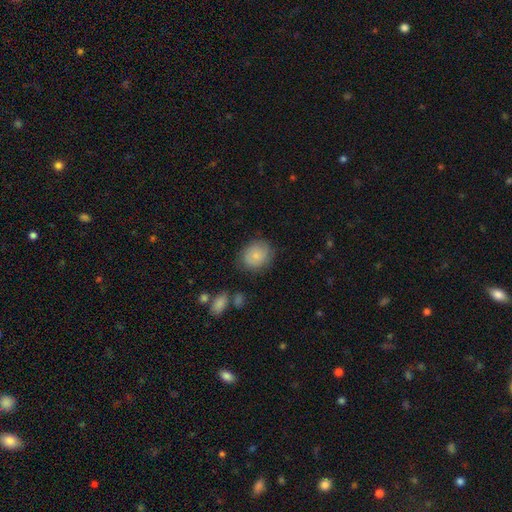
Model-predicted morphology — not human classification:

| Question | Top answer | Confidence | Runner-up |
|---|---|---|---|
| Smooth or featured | smooth | 78% | featured or disk (15%) |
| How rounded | round | 71% | in between (28%) |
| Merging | none | 77% | minor disturbance (16%) |